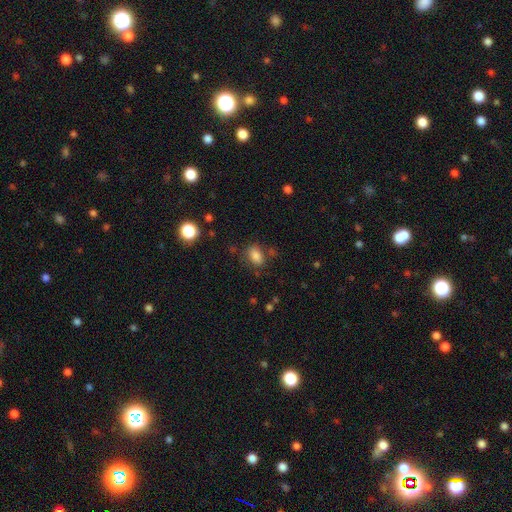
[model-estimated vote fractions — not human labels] smooth 83%, star or artifact 11%, featured or disk 6%. Down the decision tree: how rounded — in between (83%); merging — none (76%).